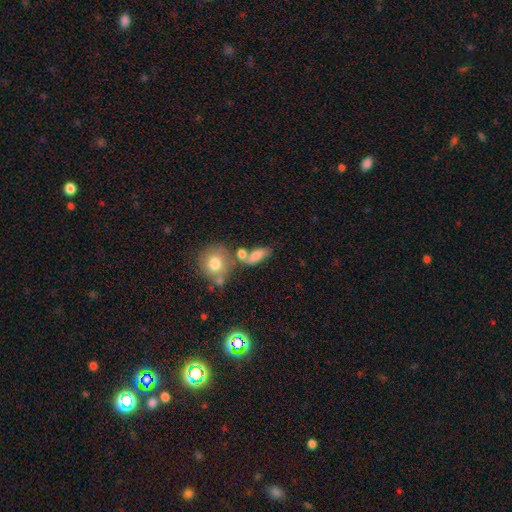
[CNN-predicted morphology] Overall: smooth (72%). How rounded: in between (70%). Merging: none (49%; merger 25%).